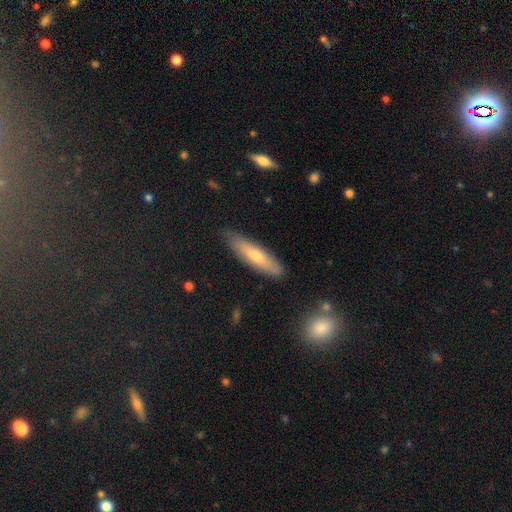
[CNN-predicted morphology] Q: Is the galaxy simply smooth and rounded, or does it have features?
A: smooth — 62%.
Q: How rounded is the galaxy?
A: cigar-shaped — 74%.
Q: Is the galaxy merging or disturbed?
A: none — 82%.